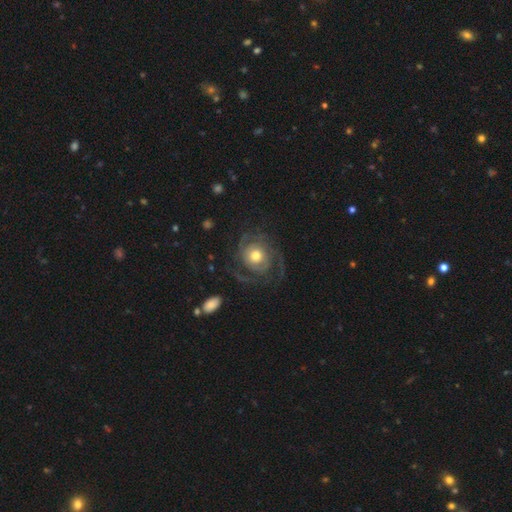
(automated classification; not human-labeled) Smooth or featured? Predicted: featured or disk (p=0.82). Edge-on disk? Predicted: no (p=0.98). Bar? Predicted: no (p=0.80). Spiral arms? Predicted: yes (p=0.93). Spiral winding? Predicted: tight (p=0.46). Spiral arm count? Predicted: 2 (p=0.32). Bulge size? Predicted: moderate (p=0.68). Merging? Predicted: none (p=0.65).